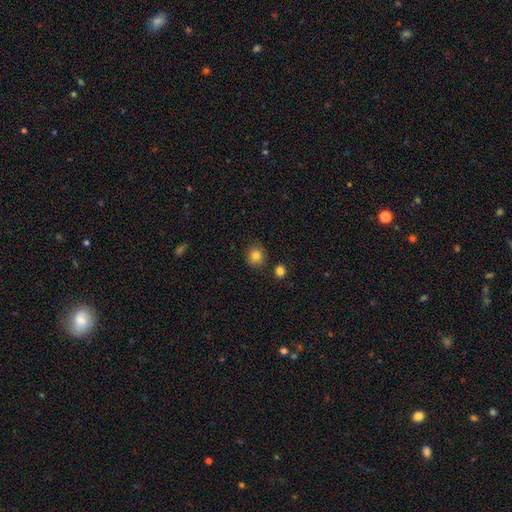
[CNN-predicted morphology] This appears to be a smooth galaxy with no disk features (83%) that is round (84%). Merging: none (85%).